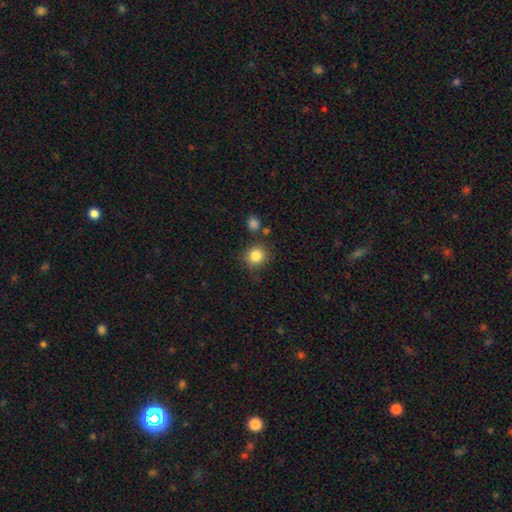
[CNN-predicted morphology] Smooth or featured? Predicted: smooth (p=0.84). How rounded? Predicted: round (p=0.88). Merging? Predicted: none (p=0.78).